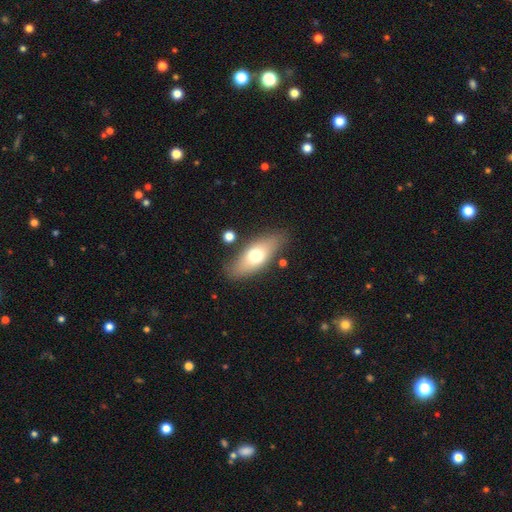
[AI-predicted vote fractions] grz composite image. It shows a smooth galaxy with no disk features (64%) that is in between round and cigar-shaped (75%). Merging: none (80%).